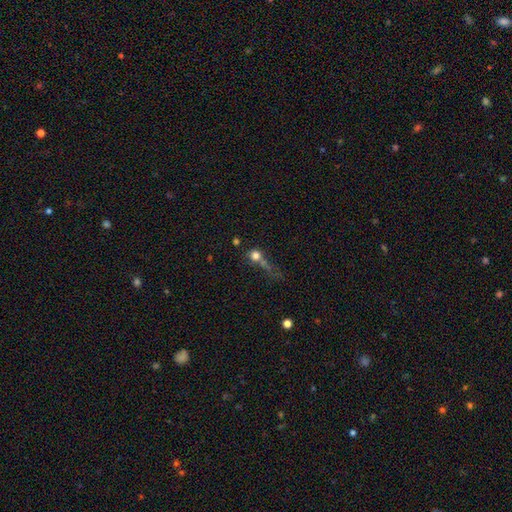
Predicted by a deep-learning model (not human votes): This is likely a smooth galaxy (71%). How rounded: clearly round (84%). Merging: marginally none (36%).